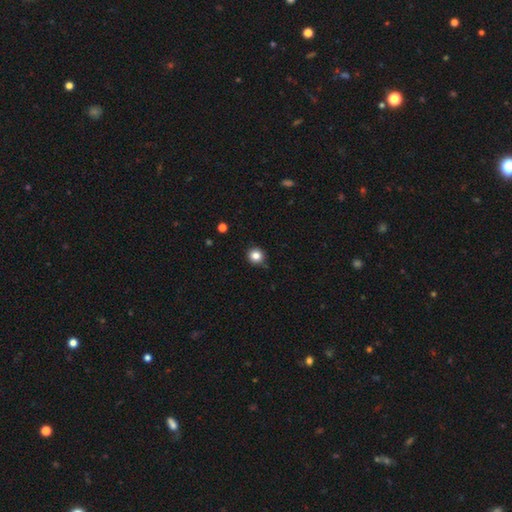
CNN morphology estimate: type=smooth (83%); roundness=round (92%); merging=none (88%).